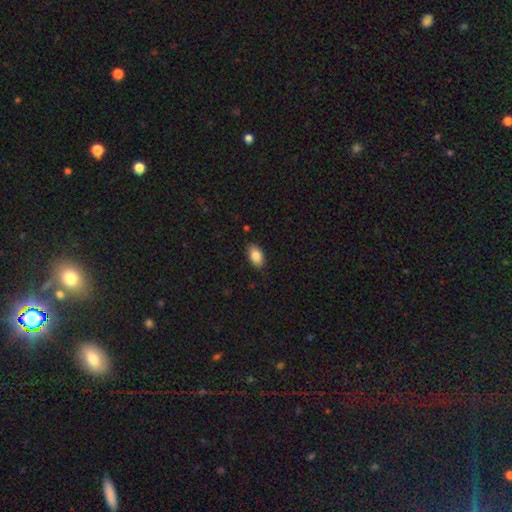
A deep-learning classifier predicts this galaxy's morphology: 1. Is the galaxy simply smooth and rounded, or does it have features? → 85% smooth, 7% featured or disk, 7% star or artifact.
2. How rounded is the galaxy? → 92% in between, 6% round, 2% cigar-shaped.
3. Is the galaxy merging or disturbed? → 86% none, 11% minor disturbance, 2% major disturbance, 1% merger.